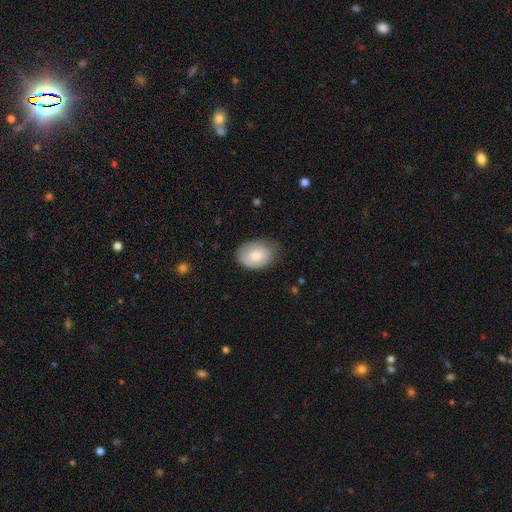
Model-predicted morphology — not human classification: Q: Smooth or featured?
A: smooth (79%); runner-up: featured or disk (15%)
Q: How rounded?
A: in between (81%); runner-up: round (18%)
Q: Merging?
A: none (62%); runner-up: minor disturbance (29%)